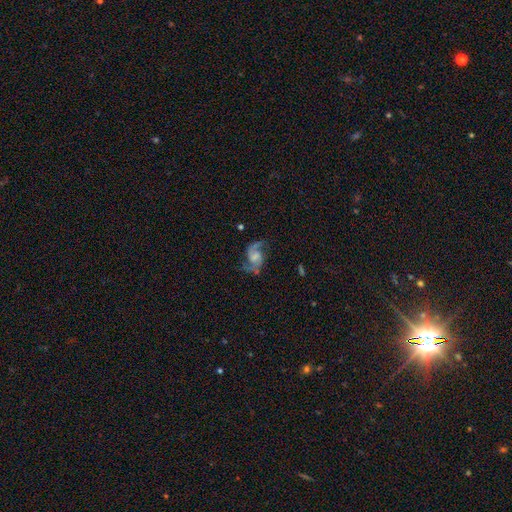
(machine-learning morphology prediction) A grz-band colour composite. It shows a featured or disk galaxy (85%) with a weak bar (45%), 2 (92%) medium (46%) spiral arms (96%) and no central bulge (32%). Merging: none (69%).